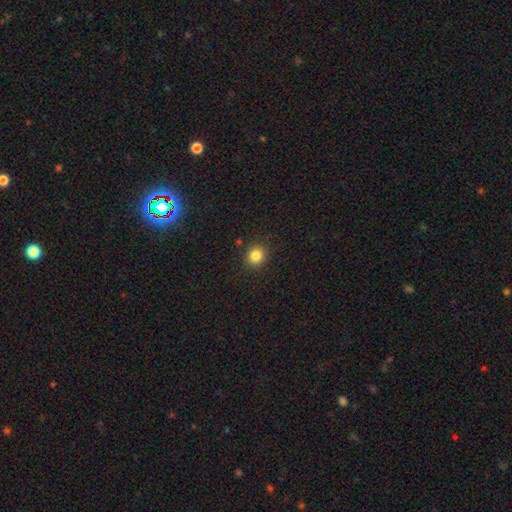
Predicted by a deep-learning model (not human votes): Smooth or featured: smooth — 84% (star or artifact — 11%)
How rounded: round — 80% (in between — 19%)
Merging: none — 89% (minor disturbance — 7%)